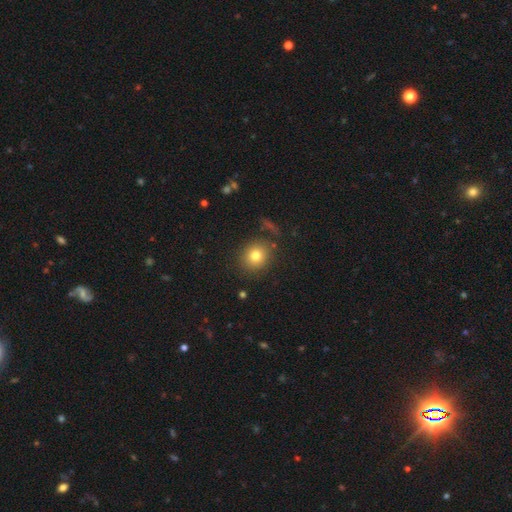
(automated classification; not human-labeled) Smooth or featured: smooth — 79% (star or artifact — 12%)
How rounded: round — 79% (in between — 19%)
Merging: none — 83% (minor disturbance — 10%)